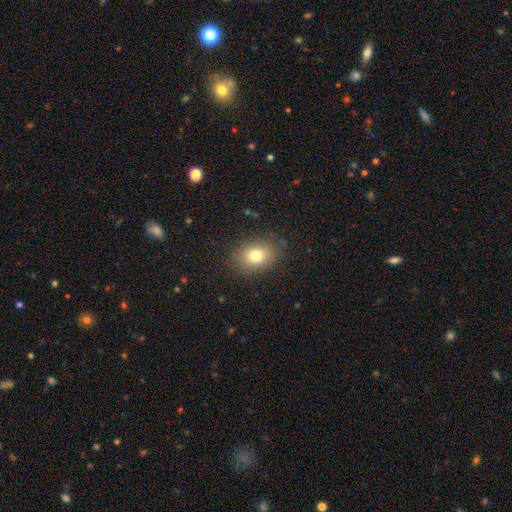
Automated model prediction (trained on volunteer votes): A smooth galaxy with no disk features (77%) that is in between round and cigar-shaped (68%).

Vote fractions:
- Smooth or featured? smooth: 77% / featured or disk: 12% / star or artifact: 11%
- How rounded? in between: 68% / round: 31% / cigar-shaped: 1%
- Merging? none: 84% / minor disturbance: 11% / major disturbance: 4% / merger: 1%